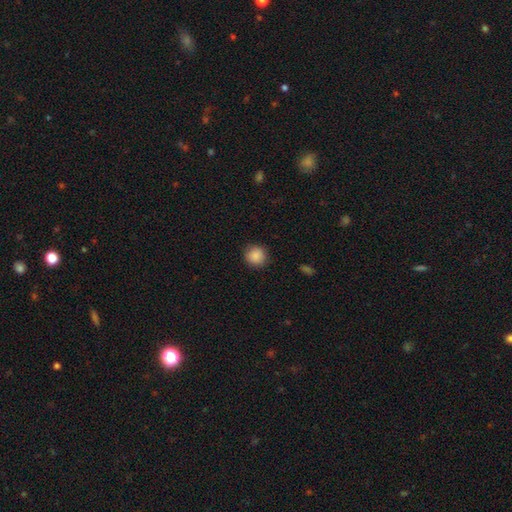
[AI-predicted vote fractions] Overall: smooth (88%). How rounded: round (90%). Merging: none (87%).